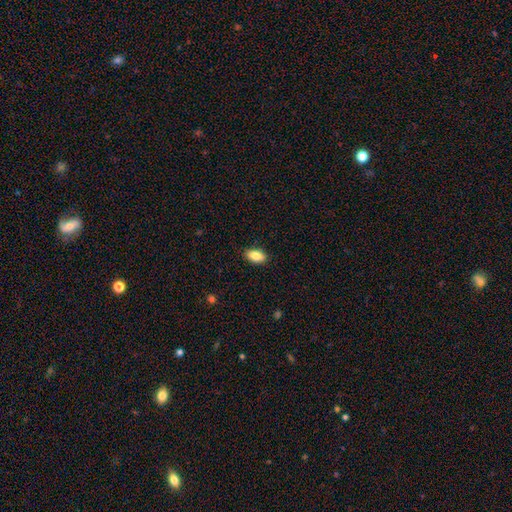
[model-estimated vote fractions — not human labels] This appears to be a smooth galaxy with no disk features (85%) that is in between round and cigar-shaped (92%). Merging: none (89%).